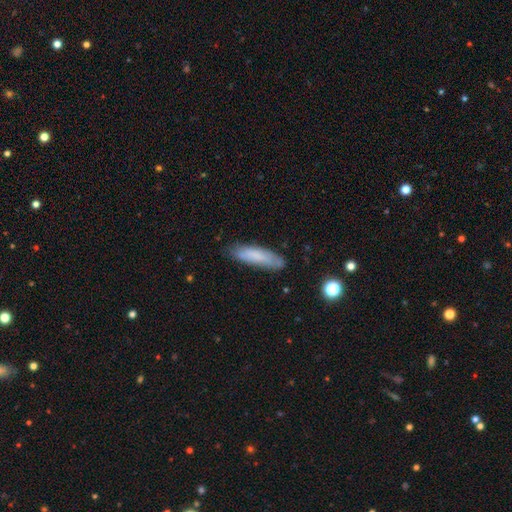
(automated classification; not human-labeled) smooth-or-featured: smooth: 74% | featured or disk: 19% | star or artifact: 7%
  how-rounded: cigar-shaped: 69% | in between: 30% | round: 1%
  merging: none: 75% | minor disturbance: 19% | major disturbance: 4% | merger: 2%